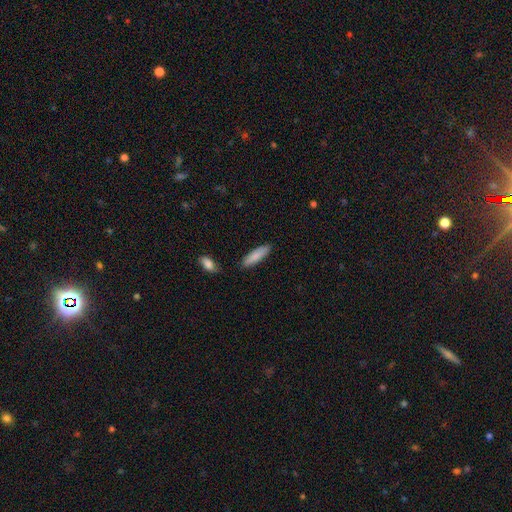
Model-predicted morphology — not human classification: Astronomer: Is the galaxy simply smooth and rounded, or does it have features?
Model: smooth — 85%.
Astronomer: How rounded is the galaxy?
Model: cigar-shaped — 64%.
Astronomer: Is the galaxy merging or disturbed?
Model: none — 85%.